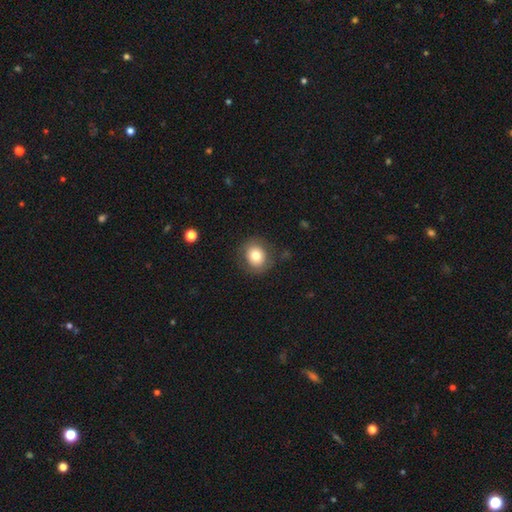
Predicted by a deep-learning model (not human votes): The model was most divided on "how rounded": round: 74%, in between: 26%, cigar-shaped: 1%. More confident: merging — none (83%); smooth or featured — smooth (77%).